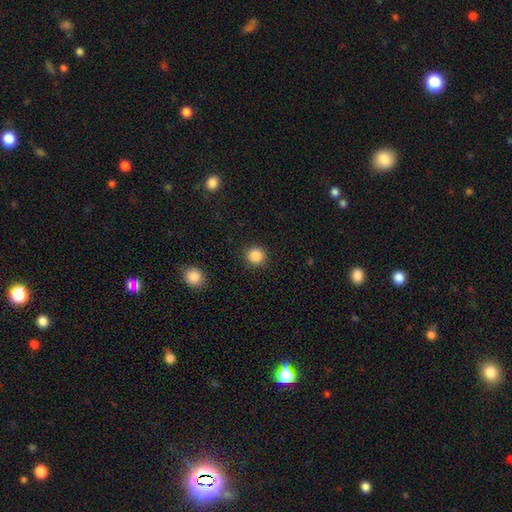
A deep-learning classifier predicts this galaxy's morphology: The model was most divided on "smooth or featured": smooth: 87%, star or artifact: 10%, featured or disk: 3%. More confident: how rounded — round (93%); merging — none (90%).